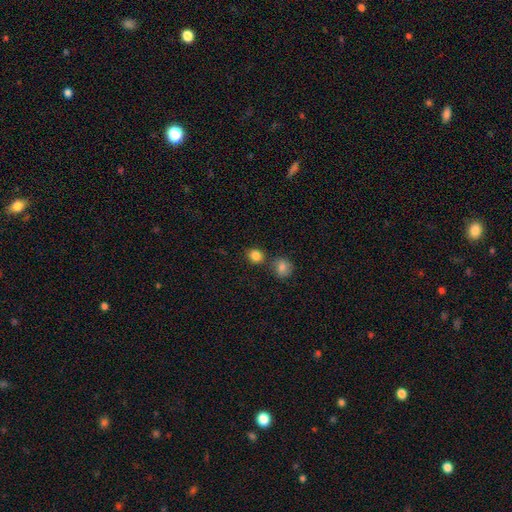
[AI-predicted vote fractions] This is clearly a smooth galaxy (84%). How rounded: likely round (75%). Merging: likely none (71%).